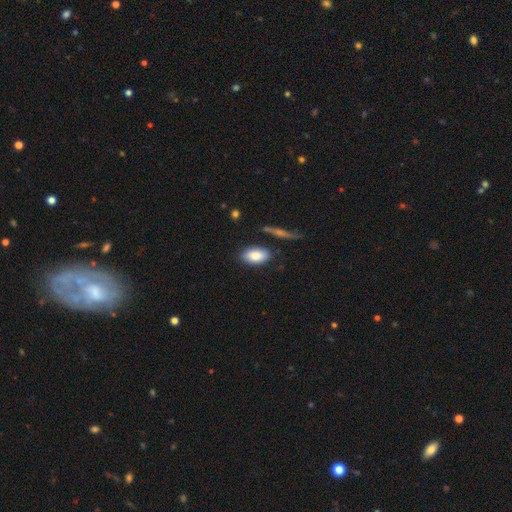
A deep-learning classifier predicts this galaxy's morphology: Q: Smooth or featured?
A: smooth (84%); runner-up: featured or disk (9%)
Q: How rounded?
A: in between (92%); runner-up: round (5%)
Q: Merging?
A: none (83%); runner-up: minor disturbance (11%)